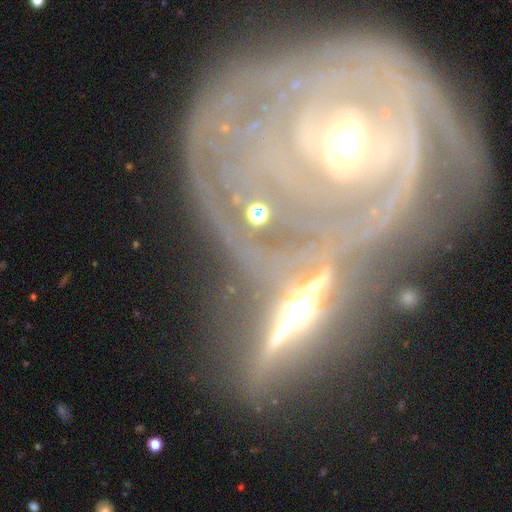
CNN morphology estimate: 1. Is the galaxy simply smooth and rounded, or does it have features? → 60% featured or disk, 24% star or artifact, 16% smooth.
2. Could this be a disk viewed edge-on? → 63% yes, 37% no.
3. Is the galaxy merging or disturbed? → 61% none, 15% merger, 14% minor disturbance, 10% major disturbance.